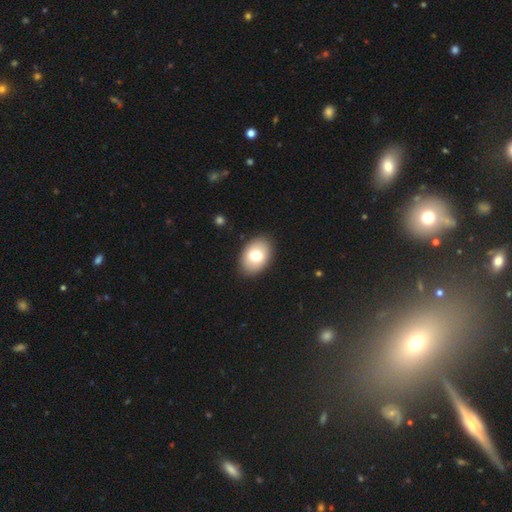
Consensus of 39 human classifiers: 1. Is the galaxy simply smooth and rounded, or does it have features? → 85% smooth, 13% featured or disk, 3% star or artifact.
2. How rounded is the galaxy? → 94% in between, 6% round, 0% cigar-shaped.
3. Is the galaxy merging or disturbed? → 92% none, 5% minor disturbance, 3% merger, 0% major disturbance.